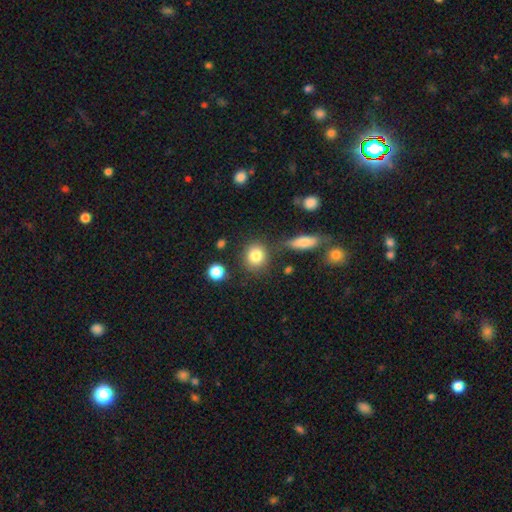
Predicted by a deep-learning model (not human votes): Overall: smooth (83%). How rounded: round (79%). Merging: none (77%).